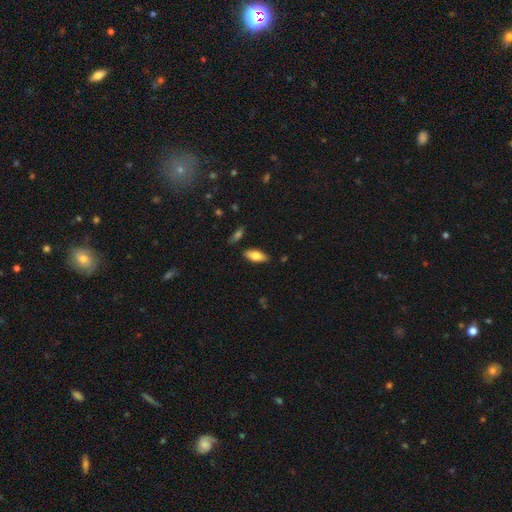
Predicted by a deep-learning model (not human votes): A smooth galaxy with no disk features (73%) that is in between round and cigar-shaped (82%).

Vote fractions:
- Smooth or featured? smooth: 73% / featured or disk: 21% / star or artifact: 6%
- How rounded? in between: 82% / cigar-shaped: 16% / round: 2%
- Merging? none: 84% / minor disturbance: 11% / merger: 2% / major disturbance: 2%